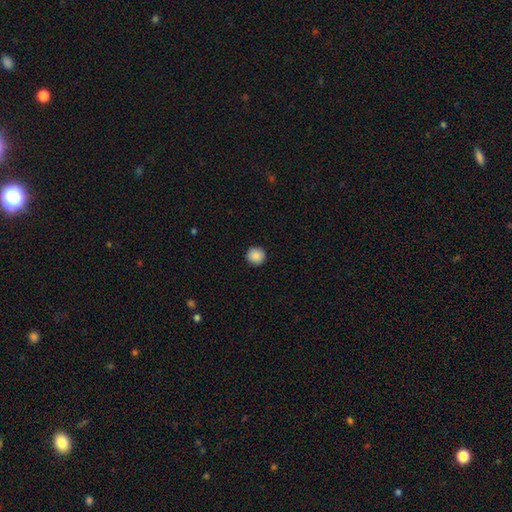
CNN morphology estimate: type=smooth (89%); roundness=round (95%); merging=none (93%).